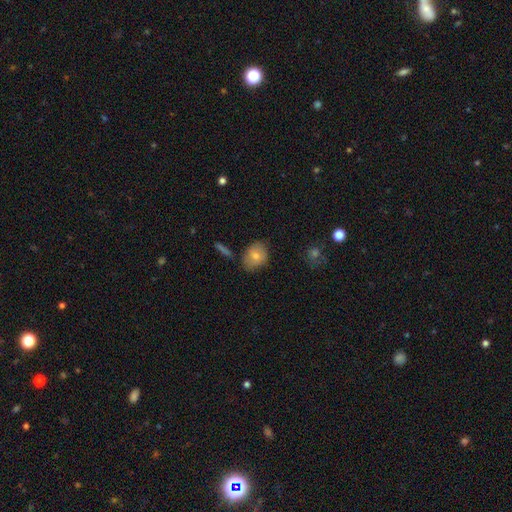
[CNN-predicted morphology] Smooth or featured? smooth (74%)
How rounded? in between (51%)
Merging? none (68%)